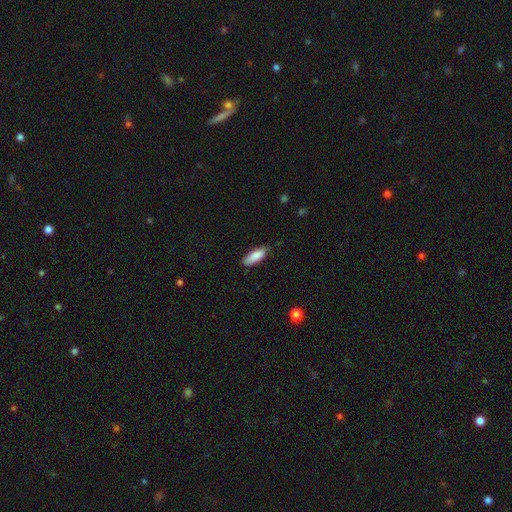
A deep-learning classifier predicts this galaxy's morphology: This appears to be a smooth galaxy with no disk features (86%) that is in between round and cigar-shaped (65%). Merging: none (79%).